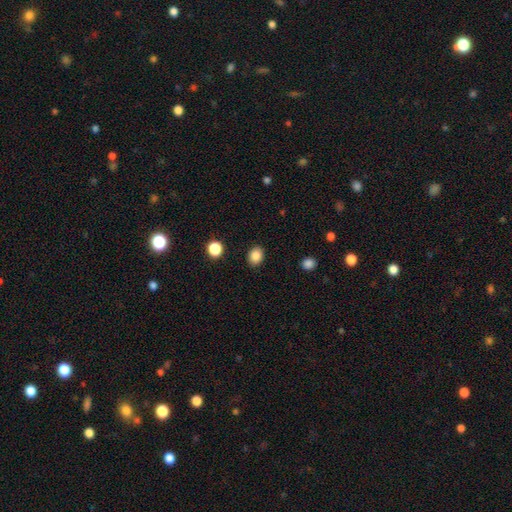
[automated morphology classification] Q: Smooth or featured?
A: smooth (87%); runner-up: star or artifact (10%)
Q: How rounded?
A: in between (52%); runner-up: round (47%)
Q: Merging?
A: none (89%); runner-up: minor disturbance (7%)